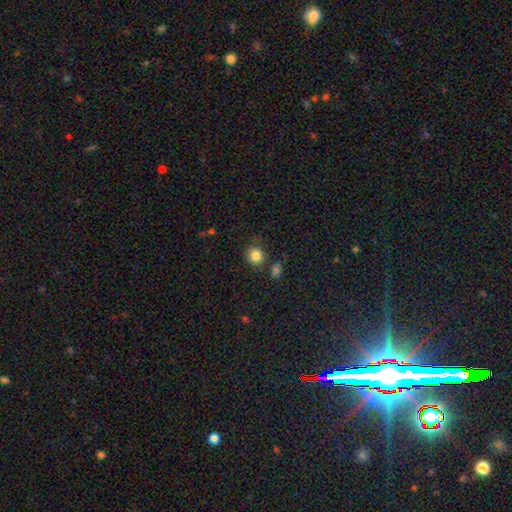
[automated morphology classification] Smooth or featured?
  - smooth: 84% *
  - star or artifact: 11%
  - featured or disk: 5%
How rounded?
  - round: 89% *
  - in between: 10%
  - cigar-shaped: 1%
Merging?
  - none: 78% *
  - minor disturbance: 11%
  - merger: 7%
  - major disturbance: 4%